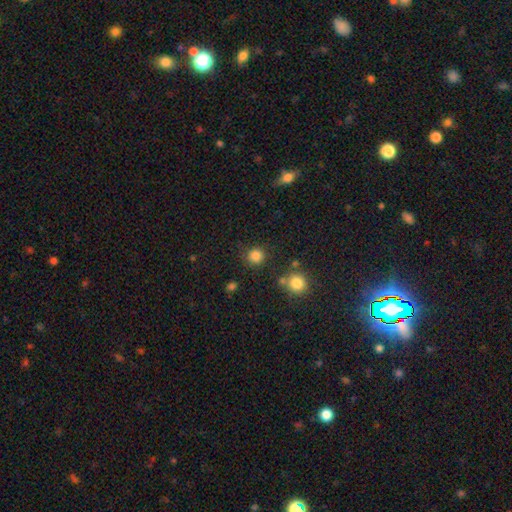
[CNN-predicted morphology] Smooth or featured?
  - smooth: 83% *
  - star or artifact: 13%
  - featured or disk: 4%
How rounded?
  - round: 91% *
  - in between: 8%
  - cigar-shaped: 1%
Merging?
  - none: 83% *
  - minor disturbance: 9%
  - merger: 5%
  - major disturbance: 3%